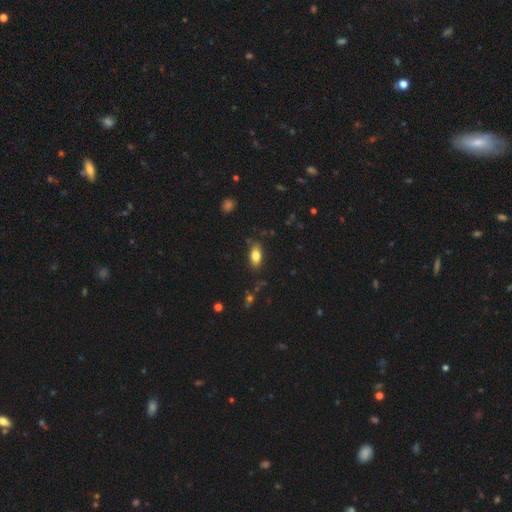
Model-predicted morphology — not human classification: Overall: smooth (79%). How rounded: in between (85%). Merging: none (84%).